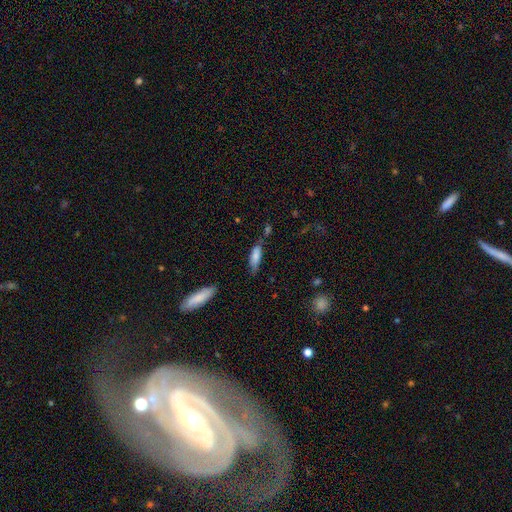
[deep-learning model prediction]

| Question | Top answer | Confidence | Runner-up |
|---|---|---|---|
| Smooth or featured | smooth | 78% | featured or disk (15%) |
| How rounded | in between | 58% | cigar-shaped (40%) |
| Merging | none | 54% | minor disturbance (31%) |